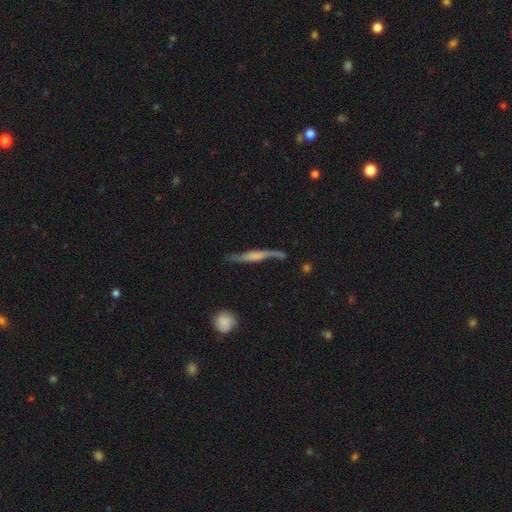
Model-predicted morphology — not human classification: Q: Smooth or featured?
A: featured or disk (69%); runner-up: smooth (24%)
Q: Edge-on disk?
A: yes (74%); runner-up: no (26%)
Q: Edge-on bulge?
A: rounded (38%); runner-up: boxy (33%)
Q: Merging?
A: none (60%); runner-up: minor disturbance (24%)